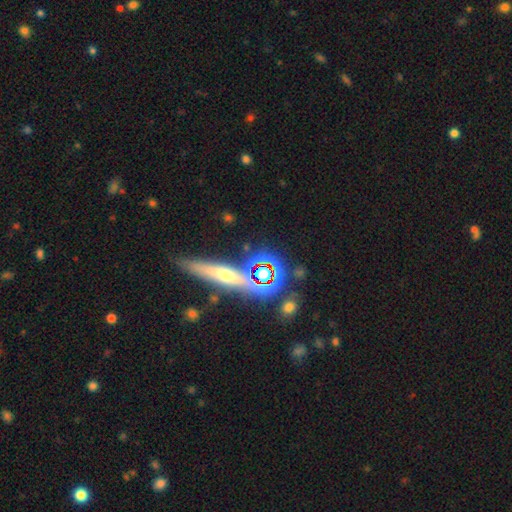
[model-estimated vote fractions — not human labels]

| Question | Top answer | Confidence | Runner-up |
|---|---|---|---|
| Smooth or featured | featured or disk | 58% | smooth (22%) |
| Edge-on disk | yes | 82% | no (18%) |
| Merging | none | 67% | minor disturbance (13%) |